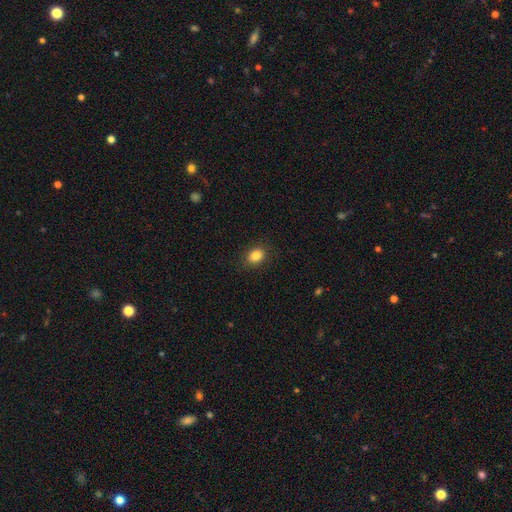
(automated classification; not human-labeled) A smooth galaxy with no disk features (84%) that is in between round and cigar-shaped (55%). Merging: none (86%).